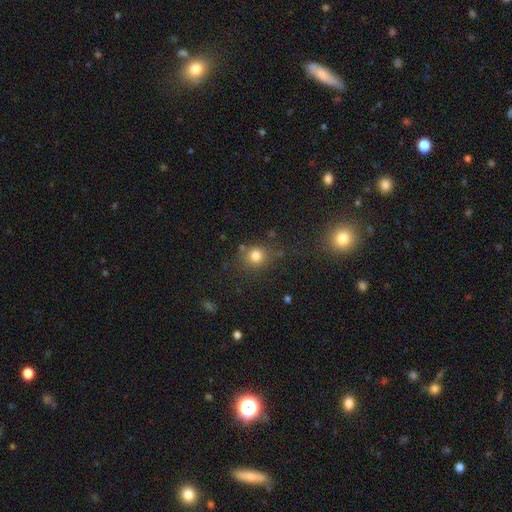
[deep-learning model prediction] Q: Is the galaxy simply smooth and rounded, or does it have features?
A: smooth — 79%.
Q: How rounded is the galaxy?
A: round — 81%.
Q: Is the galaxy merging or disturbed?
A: none — 75%.